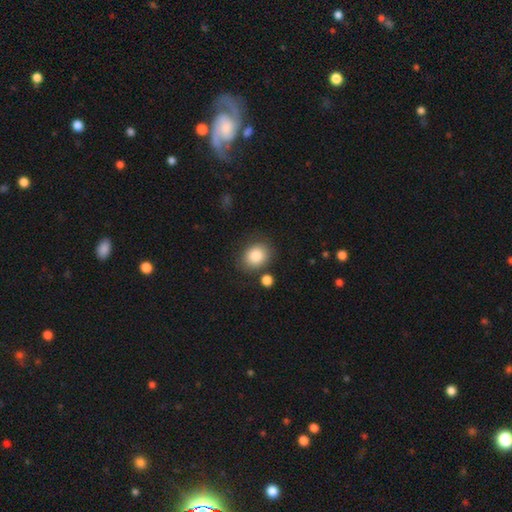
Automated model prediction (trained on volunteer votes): smooth-or-featured: smooth: 85% | star or artifact: 8% | featured or disk: 7%
  how-rounded: round: 56% | in between: 43% | cigar-shaped: 1%
  merging: none: 78% | minor disturbance: 12% | merger: 6% | major disturbance: 4%